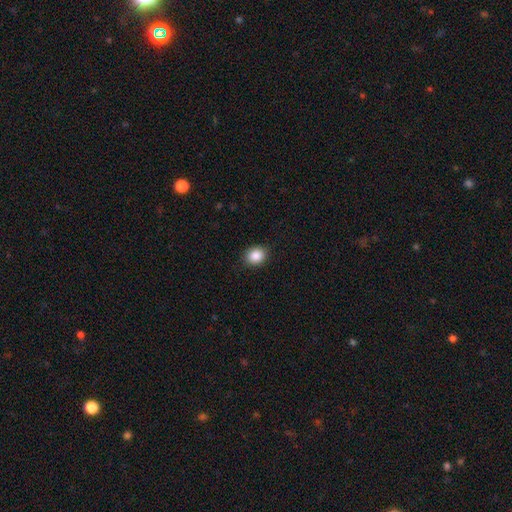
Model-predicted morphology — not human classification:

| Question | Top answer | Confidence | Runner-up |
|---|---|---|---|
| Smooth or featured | smooth | 87% | star or artifact (9%) |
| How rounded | round | 60% | in between (39%) |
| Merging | none | 88% | minor disturbance (9%) |